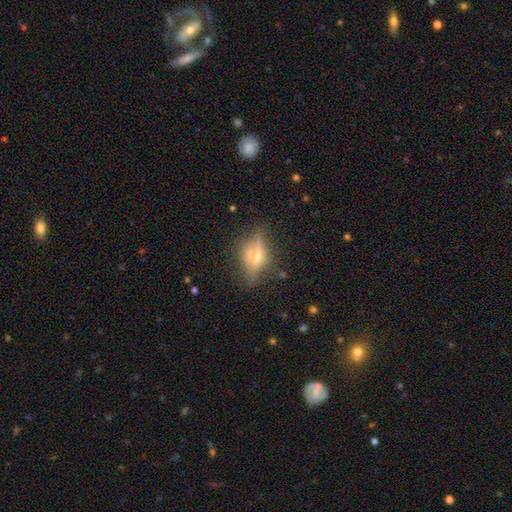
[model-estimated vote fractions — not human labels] Smooth or featured: featured or disk — 62% (smooth — 26%)
Edge-on disk: yes — 86% (no — 14%)
Edge-on bulge: rounded — 91% (boxy — 6%)
Merging: none — 77% (minor disturbance — 15%)